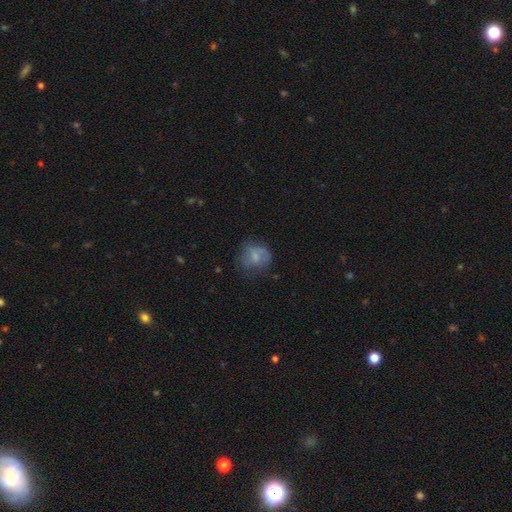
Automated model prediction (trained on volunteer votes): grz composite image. It shows a smooth galaxy with no disk features (62%) that is round (66%). Merging: none (48%).